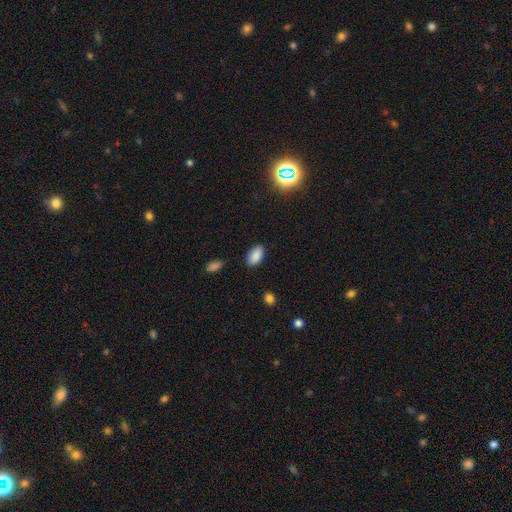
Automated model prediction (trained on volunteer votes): A smooth galaxy with no disk features (87%) that is in between round and cigar-shaped (94%). Merging: none (86%).